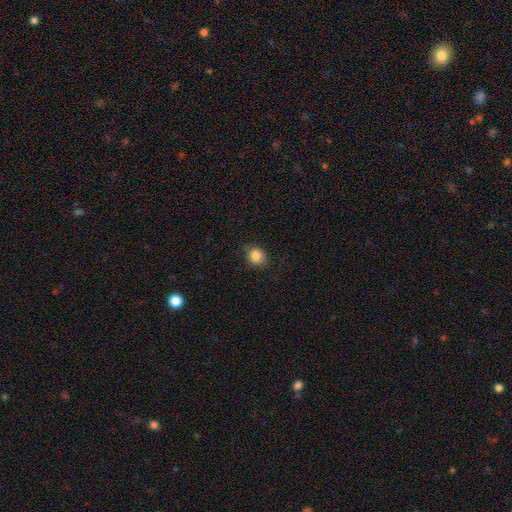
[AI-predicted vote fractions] smooth_or_featured: smooth (p=0.85) [alt: star or artifact p=0.10]
how_rounded: round (p=0.75) [alt: in between p=0.24]
merging: none (p=0.79) [alt: minor disturbance p=0.16]